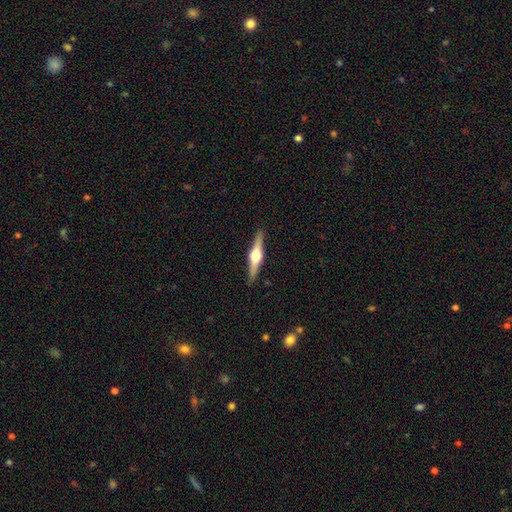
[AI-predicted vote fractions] A featured or disk galaxy (76%) viewed edge-on (98%) with a rounded central bulge (94%).

Vote fractions:
- Smooth or featured? featured or disk: 76% / smooth: 18% / star or artifact: 5%
- Edge-on disk? yes: 98% / no: 2%
- Edge-on bulge? rounded: 94% / boxy: 5% / none: 2%
- Merging? none: 91% / minor disturbance: 7% / major disturbance: 1% / merger: 1%